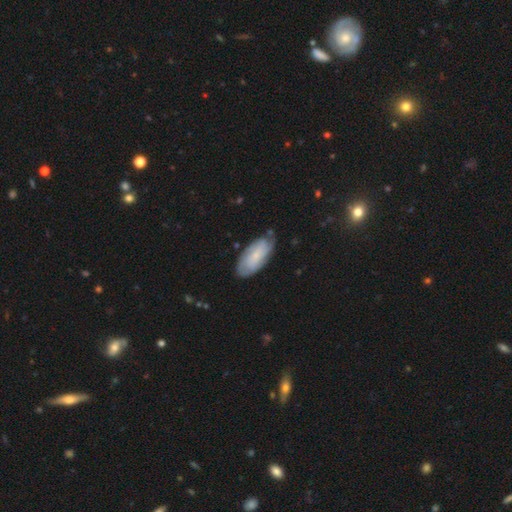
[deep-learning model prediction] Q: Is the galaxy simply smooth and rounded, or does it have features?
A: featured or disk — 54%.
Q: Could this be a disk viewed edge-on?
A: no — 92%.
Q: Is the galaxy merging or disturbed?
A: none — 73%.